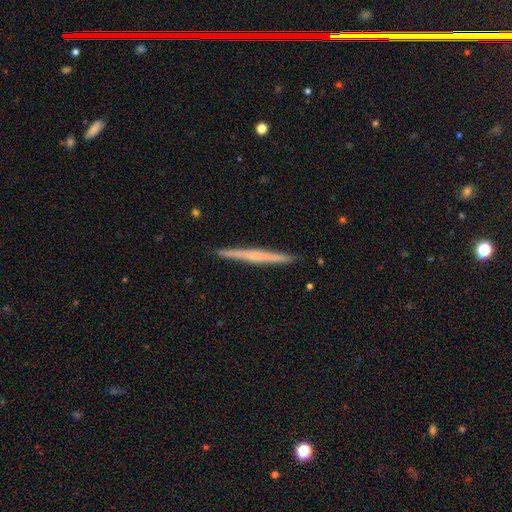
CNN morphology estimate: smooth_or_featured: featured or disk (p=0.54) [alt: smooth p=0.40]
disk_edge_on: yes (p=0.98) [alt: no p=0.02]
edge_on_bulge: none (p=0.71) [alt: rounded p=0.21]
merging: none (p=0.92) [alt: minor disturbance p=0.05]